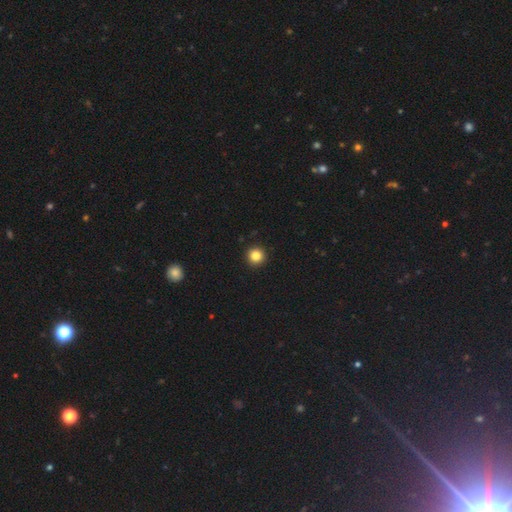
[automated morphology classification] Q: Smooth or featured?
A: smooth (85%); runner-up: star or artifact (11%)
Q: How rounded?
A: round (96%); runner-up: in between (3%)
Q: Merging?
A: none (94%); runner-up: minor disturbance (4%)